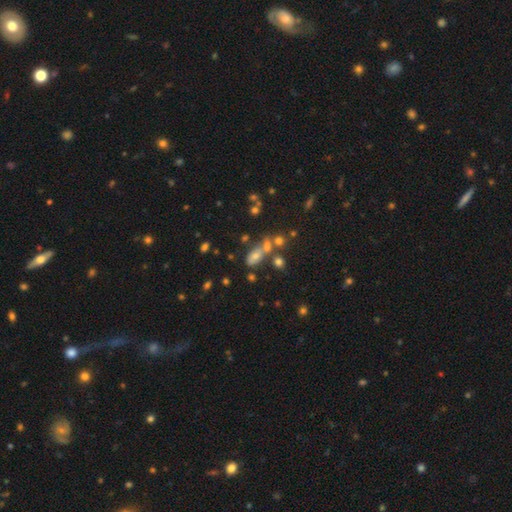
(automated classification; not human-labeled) Smooth or featured? smooth (47%)
Merging? none (45%)